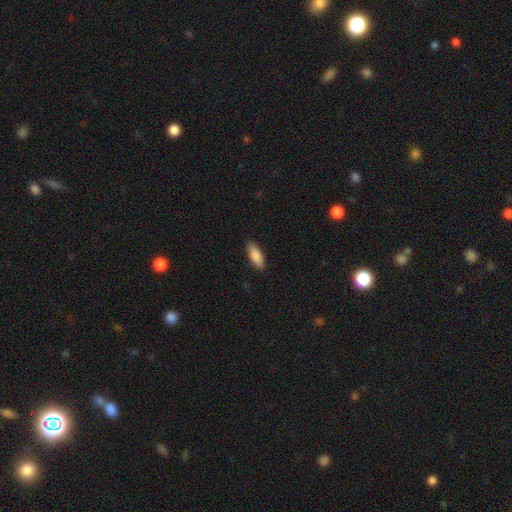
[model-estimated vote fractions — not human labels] Smooth or featured? smooth (87%)
How rounded? in between (71%)
Merging? none (88%)